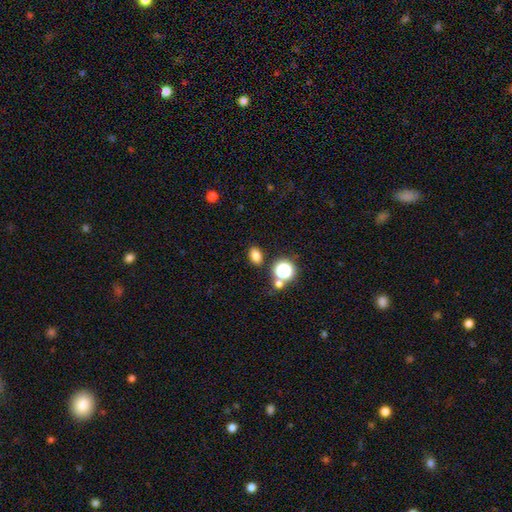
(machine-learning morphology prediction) Smooth or featured?
  - smooth: 79% *
  - star or artifact: 16%
  - featured or disk: 6%
How rounded?
  - in between: 72% *
  - round: 27%
  - cigar-shaped: 1%
Merging?
  - none: 83% *
  - minor disturbance: 9%
  - merger: 6%
  - major disturbance: 3%